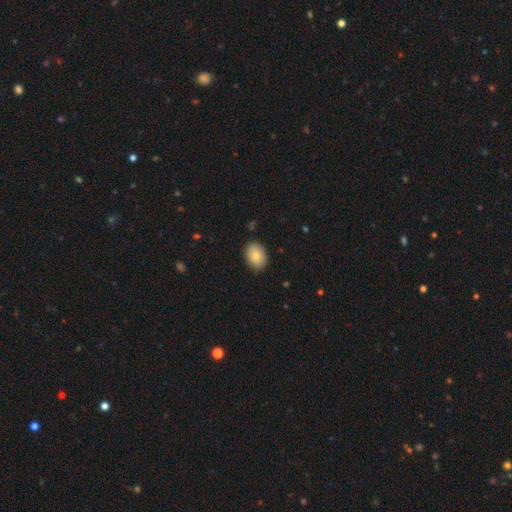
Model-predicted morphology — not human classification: A smooth galaxy with no disk features (79%) that is in between round and cigar-shaped (76%). Merging: none (87%).